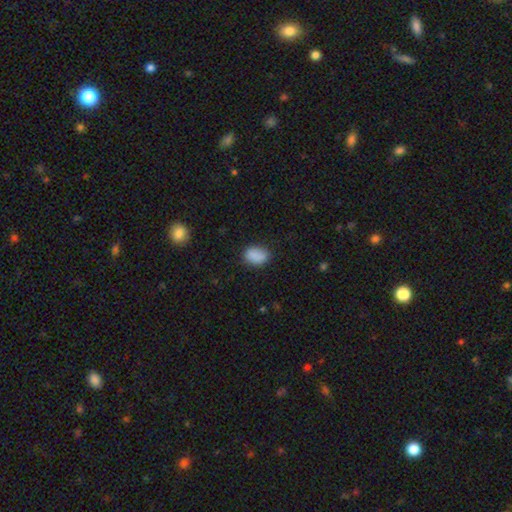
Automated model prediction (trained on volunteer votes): smooth 88%, star or artifact 9%, featured or disk 3%. Down the decision tree: how rounded — in between (81%); merging — none (81%).